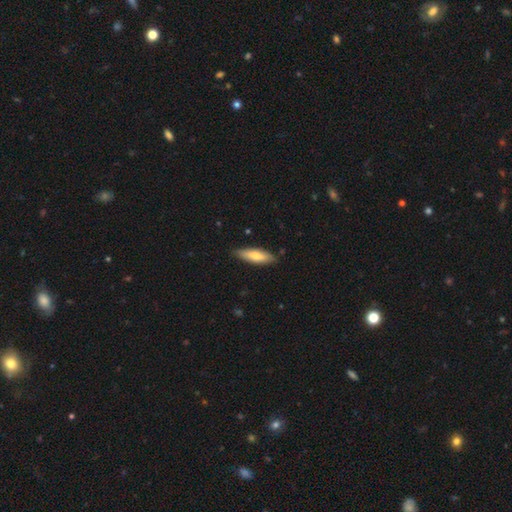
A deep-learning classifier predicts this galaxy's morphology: Smooth or featured: smooth — 68% (featured or disk — 26%)
How rounded: cigar-shaped — 54% (in between — 44%)
Merging: none — 84% (minor disturbance — 13%)